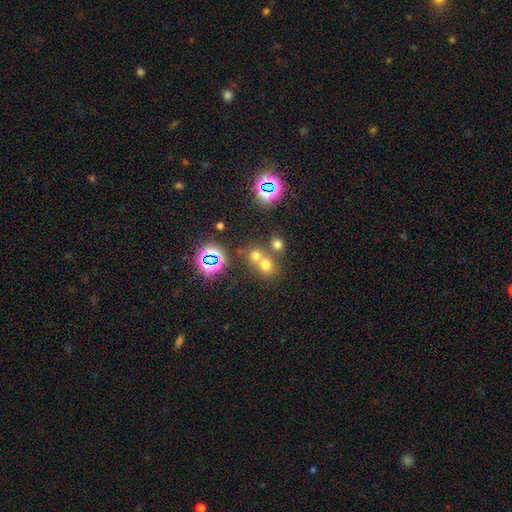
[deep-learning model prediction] smooth 57%, star or artifact 33%, featured or disk 10%. Down the decision tree: how rounded — round (80%); merging — none (47%).